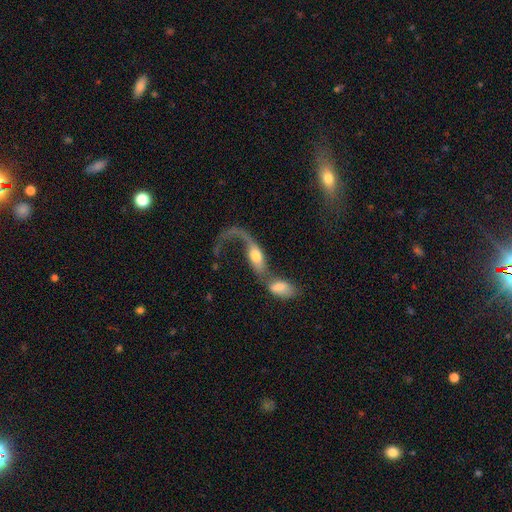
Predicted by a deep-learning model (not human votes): A featured or disk galaxy (58%).

Vote fractions:
- Smooth or featured? featured or disk: 58% / smooth: 34% / star or artifact: 8%
- Edge-on disk? no: 84% / yes: 16%
- Merging? merger: 61% / major disturbance: 20% / none: 13% / minor disturbance: 6%